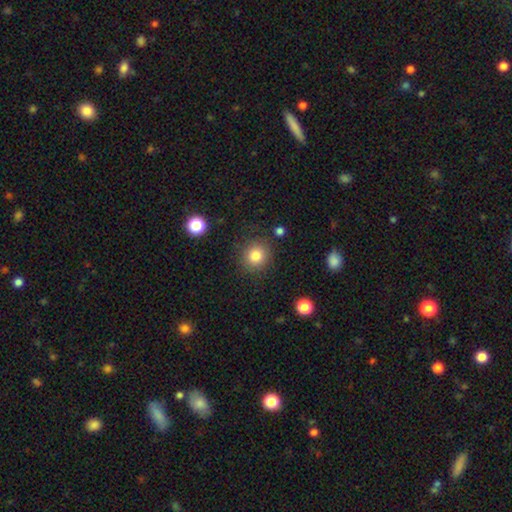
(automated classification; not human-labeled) This is clearly a smooth galaxy (82%). How rounded: clearly round (88%). Merging: clearly none (85%).